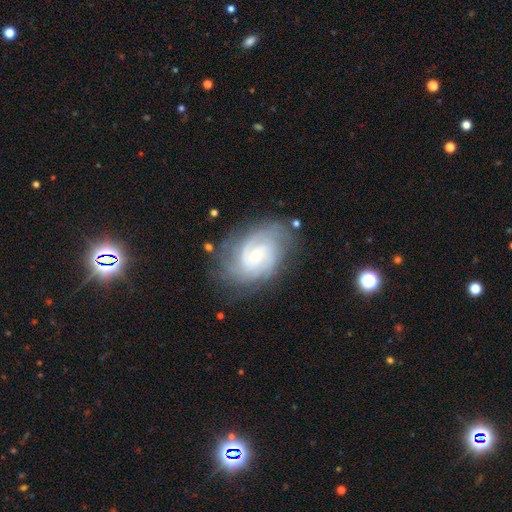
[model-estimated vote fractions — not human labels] Smooth or featured? Predicted: featured or disk (p=0.84). Edge-on disk? Predicted: no (p=0.97). Bar? Predicted: no (p=0.56). Spiral arms? Predicted: yes (p=0.96). Spiral winding? Predicted: tight (p=0.65). Spiral arm count? Predicted: can't tell (p=0.31). Bulge size? Predicted: small (p=0.72). Merging? Predicted: none (p=0.73).